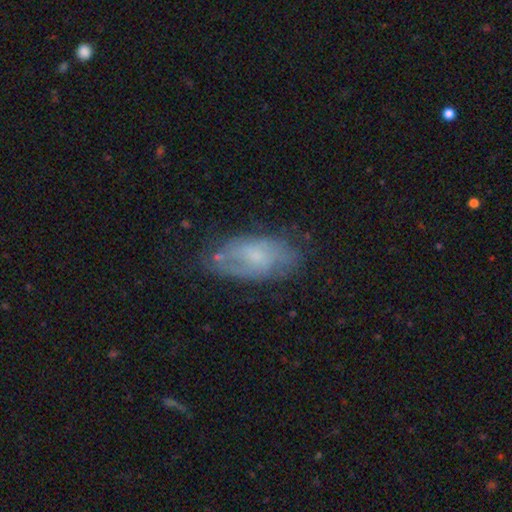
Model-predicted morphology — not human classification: Smooth or featured?
  - featured or disk: 55% *
  - smooth: 37%
  - star or artifact: 8%
Edge-on disk?
  - no: 92% *
  - yes: 8%
Bar?
  - no: 60% *
  - weak: 35%
  - strong: 5%
Spiral arms?
  - yes: 65% *
  - no: 35%
Bulge size?
  - small: 55% *
  - moderate: 25%
  - none: 17%
  - large: 2%
  - dominant: 1%
Merging?
  - none: 59% *
  - minor disturbance: 27%
  - major disturbance: 12%
  - merger: 3%